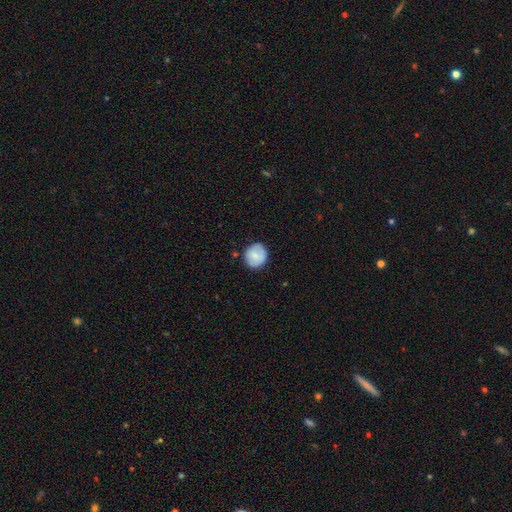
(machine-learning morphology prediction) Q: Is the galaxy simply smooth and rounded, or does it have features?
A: smooth — 80%.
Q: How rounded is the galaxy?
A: round — 85%.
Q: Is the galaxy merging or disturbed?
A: none — 83%.